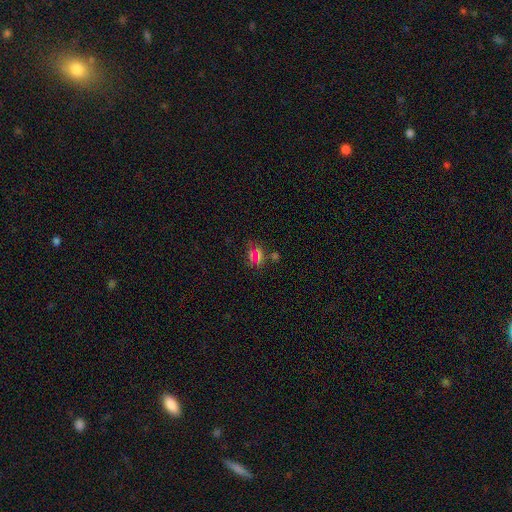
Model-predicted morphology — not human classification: A smooth galaxy with no disk features (45%).

Vote fractions:
- Smooth or featured? smooth: 45% / star or artifact: 43% / featured or disk: 12%
- Merging? none: 65% / minor disturbance: 16% / major disturbance: 10% / merger: 9%